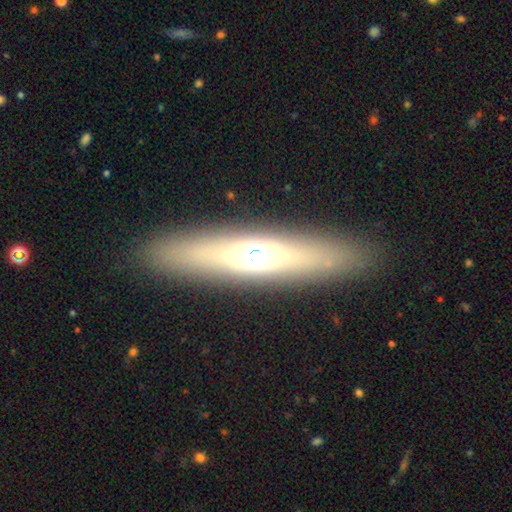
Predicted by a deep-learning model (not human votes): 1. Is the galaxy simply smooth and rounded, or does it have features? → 50% featured or disk, 43% smooth, 8% star or artifact.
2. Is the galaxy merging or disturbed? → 90% none, 7% minor disturbance, 2% major disturbance, 1% merger.